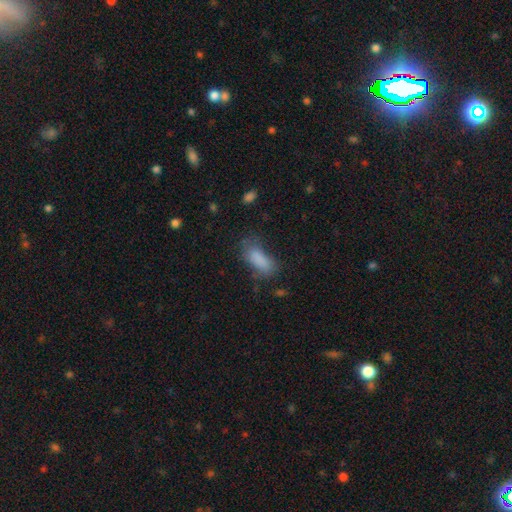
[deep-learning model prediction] smooth 80%, star or artifact 11%, featured or disk 10%. Down the decision tree: how rounded — in between (77%); merging — none (51%).